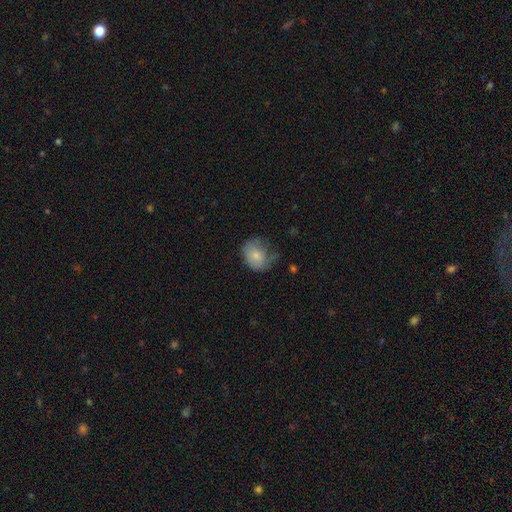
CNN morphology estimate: A smooth galaxy with no disk features (76%) that is round (52%).

Vote fractions:
- Smooth or featured? smooth: 76% / featured or disk: 16% / star or artifact: 8%
- How rounded? round: 52% / in between: 47% / cigar-shaped: 1%
- Merging? none: 45% / minor disturbance: 35% / major disturbance: 17% / merger: 3%